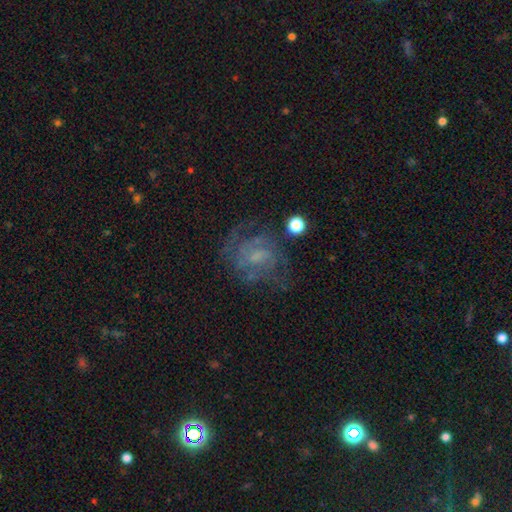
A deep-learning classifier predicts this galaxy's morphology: Smooth or featured? featured or disk (64%)
Edge-on disk? no (97%)
Bar? no (56%)
Spiral arms? yes (72%)
Bulge size? small (41%)
Merging? none (56%)